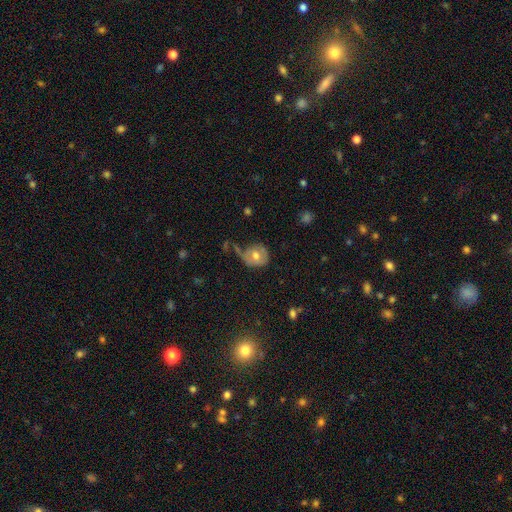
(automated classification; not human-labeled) Smooth or featured: smooth — 60% (featured or disk — 32%)
How rounded: round — 74% (in between — 25%)
Merging: none — 46% (minor disturbance — 29%)